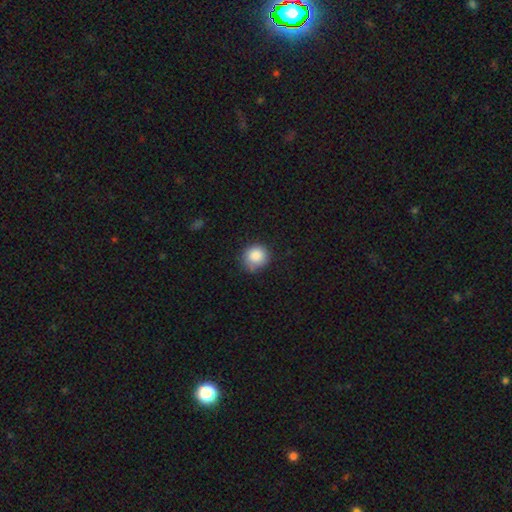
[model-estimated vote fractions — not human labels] A smooth galaxy with no disk features (87%) that is round (88%).

Vote fractions:
- Smooth or featured? smooth: 87% / star or artifact: 8% / featured or disk: 5%
- How rounded? round: 88% / in between: 11% / cigar-shaped: 1%
- Merging? none: 71% / minor disturbance: 23% / major disturbance: 4% / merger: 2%